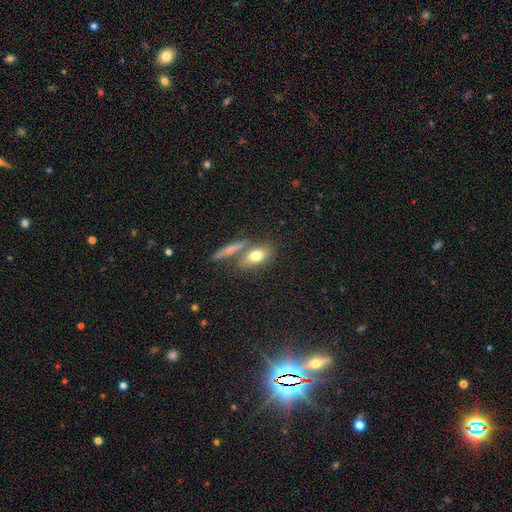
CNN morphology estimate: A smooth galaxy with no disk features (75%) that is in between round and cigar-shaped (78%). Merging: none (58%).